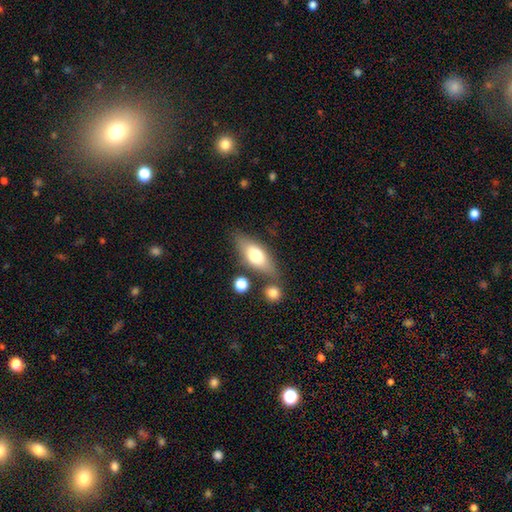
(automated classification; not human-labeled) Smooth or featured? smooth (64%)
How rounded? in between (72%)
Merging? none (69%)